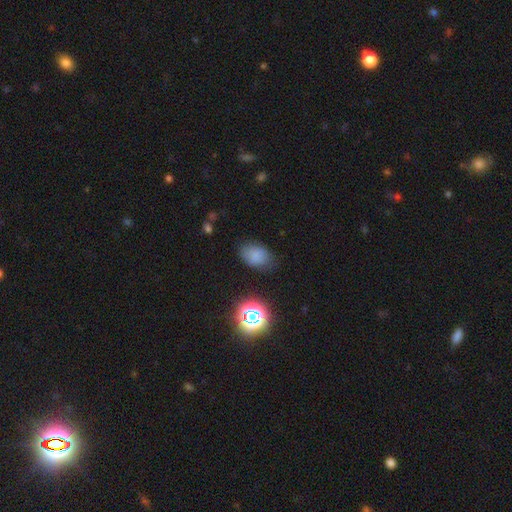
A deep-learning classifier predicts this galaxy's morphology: Smooth or featured? Predicted: smooth (p=0.77). How rounded? Predicted: in between (p=0.83). Merging? Predicted: none (p=0.73).